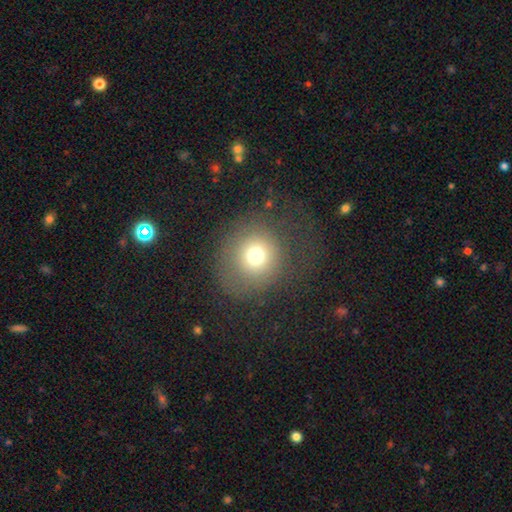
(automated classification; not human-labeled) Smooth or featured? smooth (71%)
How rounded? round (91%)
Merging? none (68%)